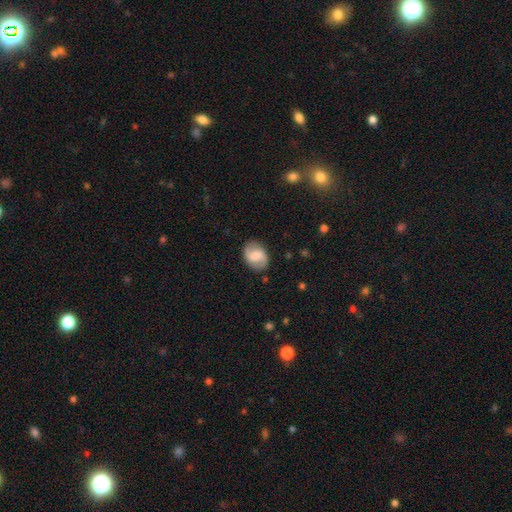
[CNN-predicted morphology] This is possibly a featured or disk galaxy (52%). It is clearly not viewed edge-on (97%). Bar: possibly weak (50%). Spiral arm pattern: clearly yes (87%). Central bulge: marginally moderate (31%). Merging: clearly none (82%).